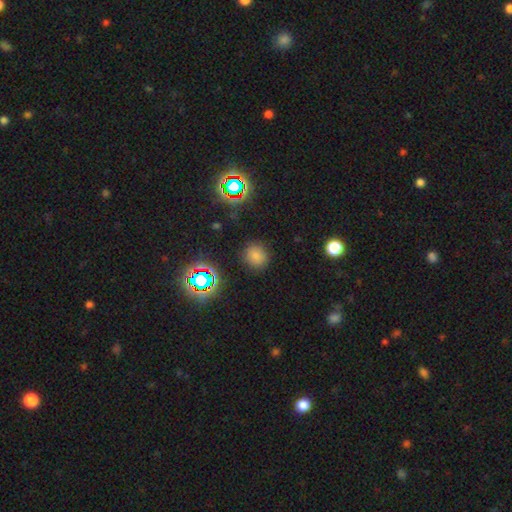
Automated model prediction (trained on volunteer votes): Smooth or featured? smooth (72%)
How rounded? round (86%)
Merging? none (87%)